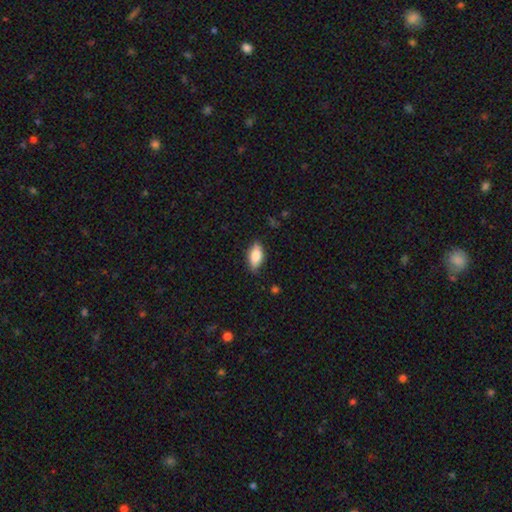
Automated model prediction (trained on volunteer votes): Smooth or featured? smooth (80%)
How rounded? in between (87%)
Merging? none (83%)